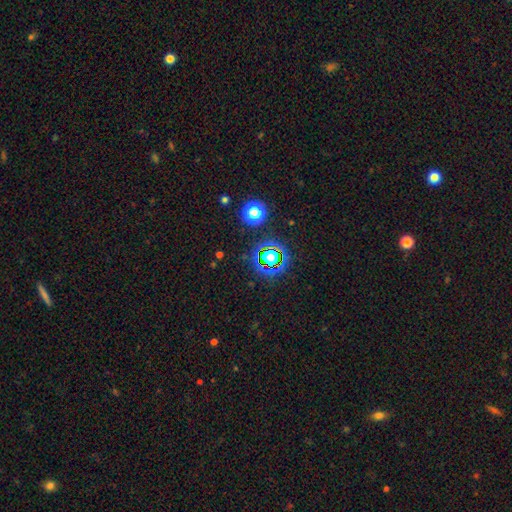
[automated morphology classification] Smooth or featured?
  - star or artifact: 76% *
  - smooth: 16%
  - featured or disk: 9%